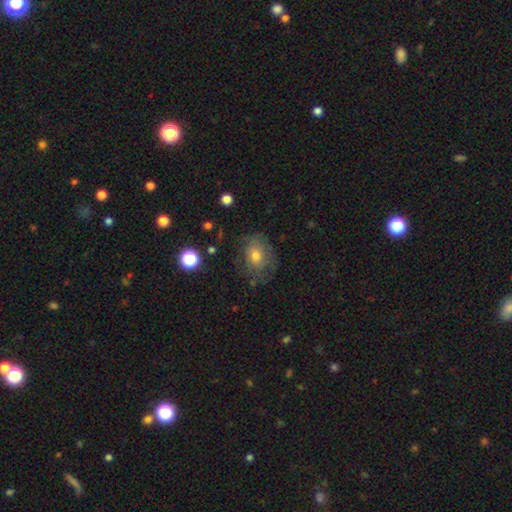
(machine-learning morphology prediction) The model was most divided on "how rounded": in between: 59%, round: 39%, cigar-shaped: 1%. More confident: merging — none (63%); smooth or featured — smooth (61%).